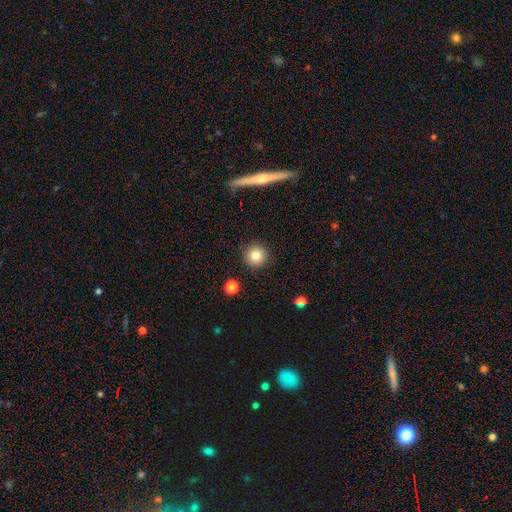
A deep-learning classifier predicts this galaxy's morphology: The model was most divided on "smooth or featured": smooth: 81%, star or artifact: 10%, featured or disk: 8%. More confident: how rounded — round (95%); merging — none (90%).